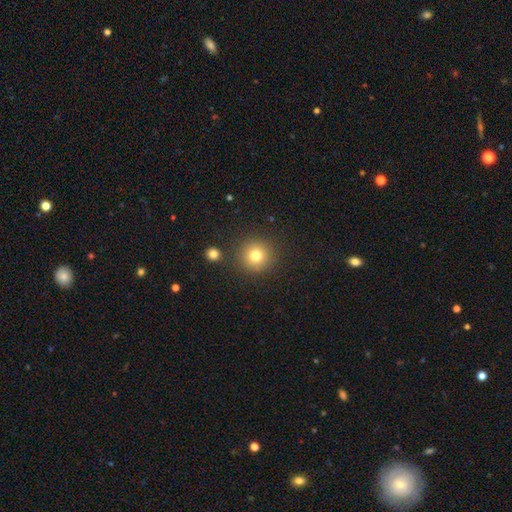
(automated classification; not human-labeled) smooth_or_featured: smooth (p=0.79) [alt: star or artifact p=0.13]
how_rounded: round (p=0.95) [alt: in between p=0.04]
merging: none (p=0.87) [alt: minor disturbance p=0.06]